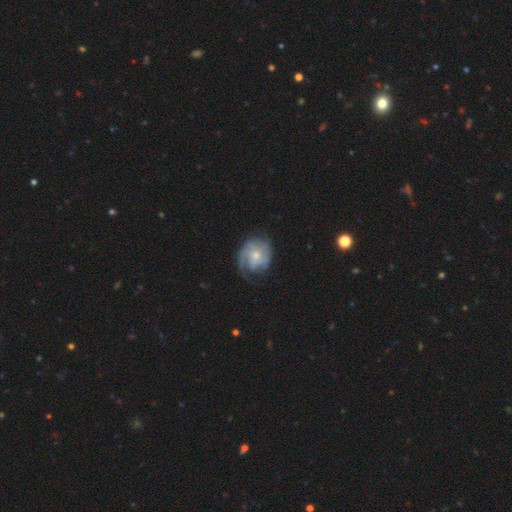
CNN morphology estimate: This is likely a featured or disk galaxy (70%). It is clearly not viewed edge-on (98%). Bar: likely no (73%). Spiral arm pattern: clearly yes (87%). Spiral arm count: marginally can't tell (31%). Spiral winding: marginally tight (43%). Central bulge: possibly small (50%). Merging: possibly none (54%).